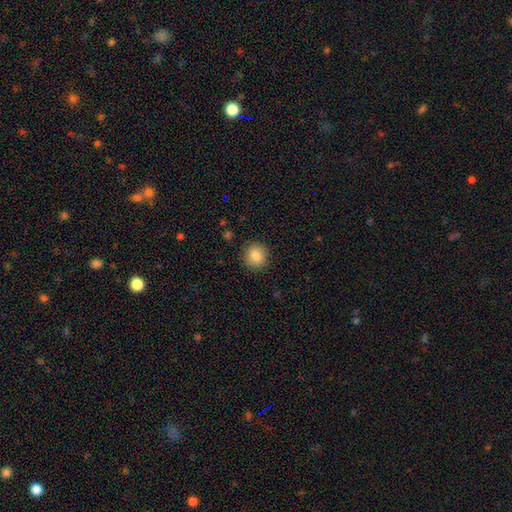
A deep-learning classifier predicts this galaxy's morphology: Smooth or featured: smooth — 86% (star or artifact — 9%)
How rounded: round — 88% (in between — 11%)
Merging: none — 89% (minor disturbance — 7%)